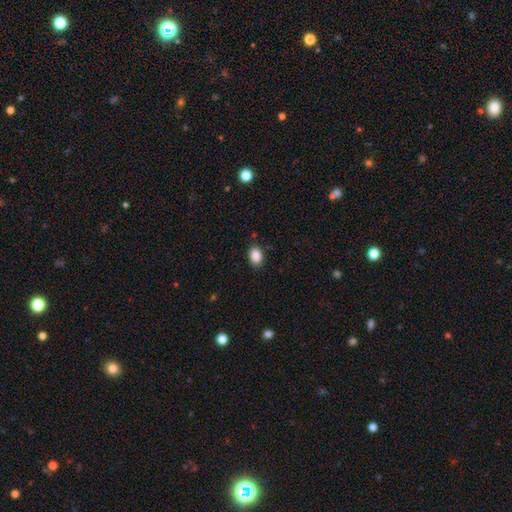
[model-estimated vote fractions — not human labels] This is clearly a smooth galaxy (88%). How rounded: likely in between (80%). Merging: clearly none (86%).